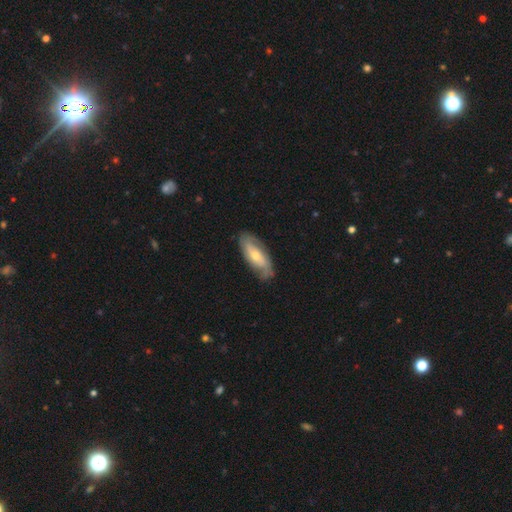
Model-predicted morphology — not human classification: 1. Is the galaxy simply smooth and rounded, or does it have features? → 61% featured or disk, 34% smooth, 6% star or artifact.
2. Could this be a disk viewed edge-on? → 87% no, 13% yes.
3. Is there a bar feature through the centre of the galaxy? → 55% no, 32% weak, 13% strong.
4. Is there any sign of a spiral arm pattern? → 80% yes, 20% no.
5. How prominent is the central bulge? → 48% small, 47% moderate, 3% large, 1% none, 1% dominant.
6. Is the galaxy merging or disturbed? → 74% none, 19% minor disturbance, 5% major disturbance, 1% merger.